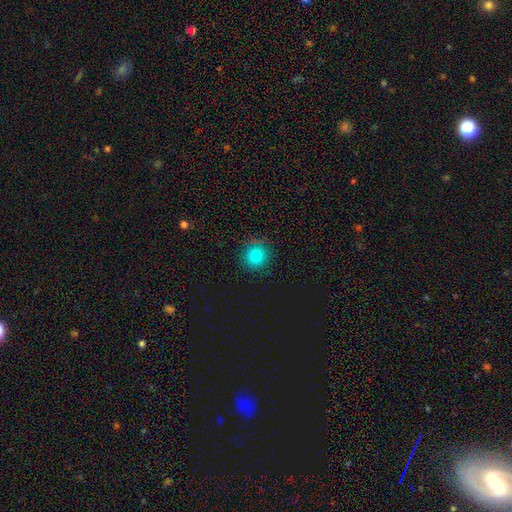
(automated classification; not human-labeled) A smooth galaxy with no disk features (80%) that is round (93%).

Vote fractions:
- Smooth or featured? smooth: 80% / star or artifact: 14% / featured or disk: 7%
- How rounded? round: 93% / in between: 6% / cigar-shaped: 1%
- Merging? none: 85% / minor disturbance: 10% / major disturbance: 3% / merger: 2%